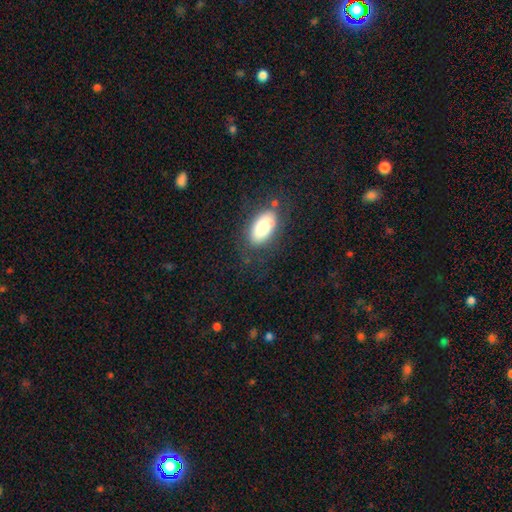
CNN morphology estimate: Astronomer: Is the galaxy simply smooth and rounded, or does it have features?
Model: smooth — 69%.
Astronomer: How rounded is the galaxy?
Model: in between — 85%.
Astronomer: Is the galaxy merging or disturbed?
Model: none — 80%.